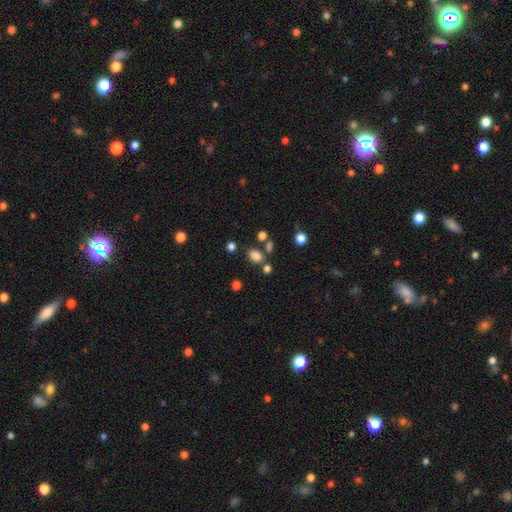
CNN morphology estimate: Smooth or featured: smooth — 79% (star or artifact — 15%)
How rounded: in between — 68% (round — 31%)
Merging: none — 70% (merger — 13%)